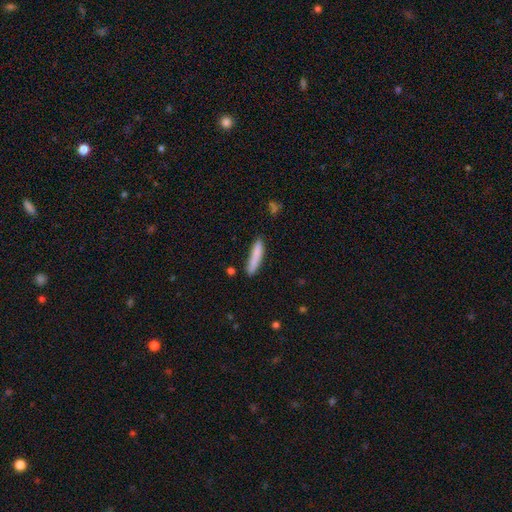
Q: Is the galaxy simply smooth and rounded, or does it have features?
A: smooth — 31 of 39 (79%).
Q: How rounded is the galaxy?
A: cigar-shaped — 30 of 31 (97%).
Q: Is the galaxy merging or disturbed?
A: none — 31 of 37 (84%).